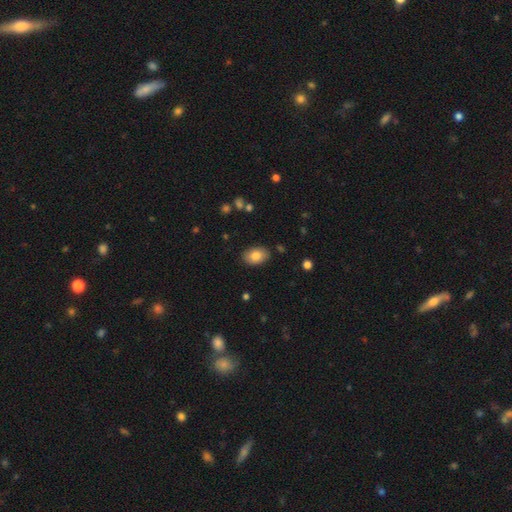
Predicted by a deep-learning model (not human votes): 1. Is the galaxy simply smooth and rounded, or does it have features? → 82% smooth, 10% featured or disk, 7% star or artifact.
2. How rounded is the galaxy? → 86% in between, 13% round, 1% cigar-shaped.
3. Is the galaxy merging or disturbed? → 86% none, 10% minor disturbance, 2% major disturbance, 1% merger.